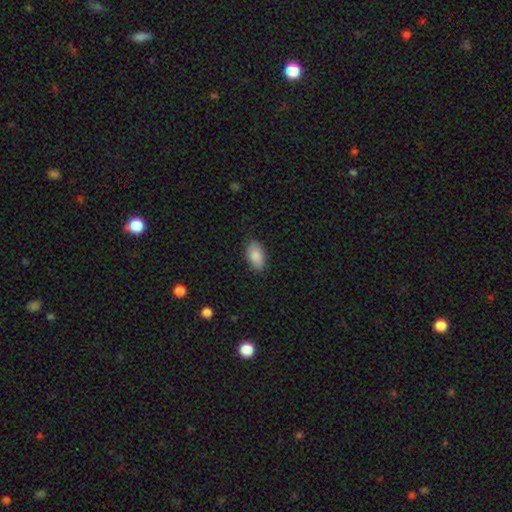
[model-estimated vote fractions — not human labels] The model was most divided on "merging": none: 84%, minor disturbance: 12%, major disturbance: 3%, merger: 1%. More confident: how rounded — in between (93%); smooth or featured — smooth (88%).